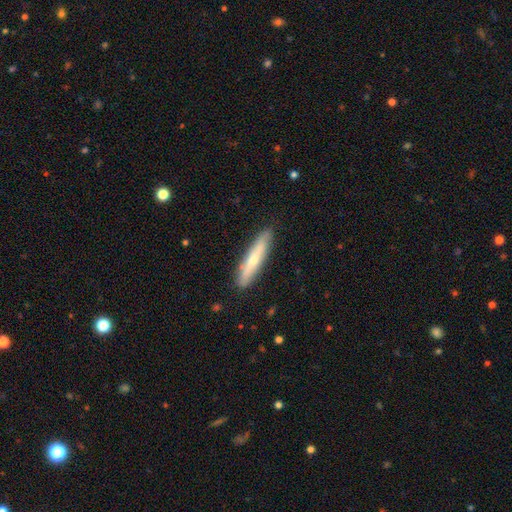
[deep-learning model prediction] Morphology: type=smooth (49%); merging=none (88%).